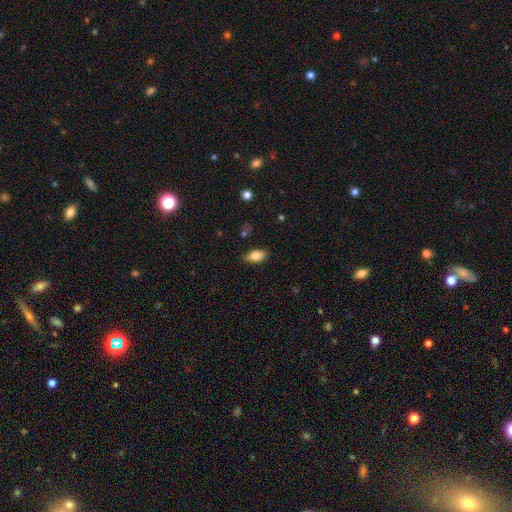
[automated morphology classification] smooth_or_featured: smooth (p=0.77) [alt: featured or disk p=0.15]
how_rounded: in between (p=0.87) [alt: cigar-shaped p=0.08]
merging: none (p=0.84) [alt: minor disturbance p=0.13]